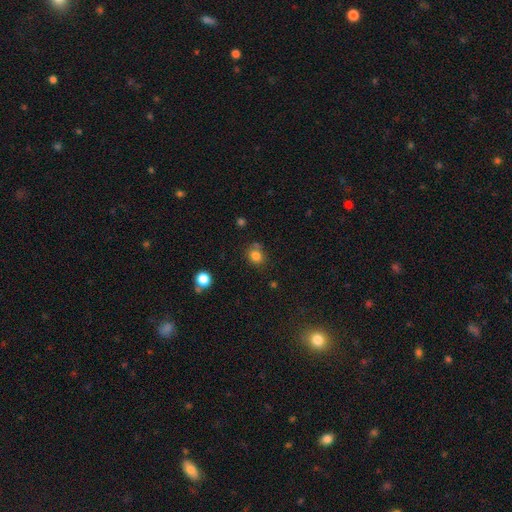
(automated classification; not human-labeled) smooth-or-featured: smooth: 81% | star or artifact: 13% | featured or disk: 6%
  how-rounded: round: 72% | in between: 27% | cigar-shaped: 1%
  merging: none: 69% | minor disturbance: 17% | merger: 9% | major disturbance: 5%